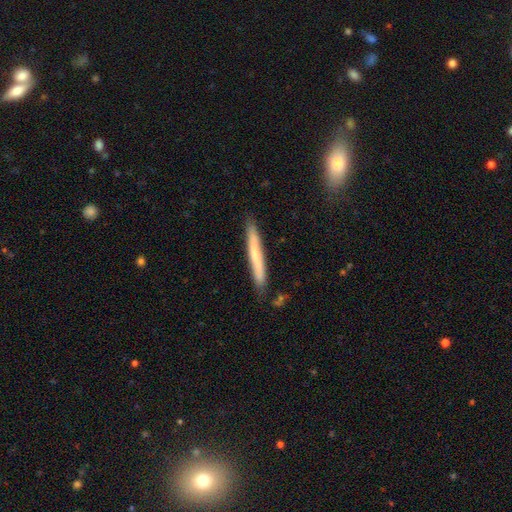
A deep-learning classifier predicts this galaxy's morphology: A smooth galaxy with no disk features (57%) that is cigar-shaped (96%).

Vote fractions:
- Smooth or featured? smooth: 57% / featured or disk: 38% / star or artifact: 6%
- How rounded? cigar-shaped: 96% / in between: 3% / round: 1%
- Merging? none: 84% / minor disturbance: 12% / merger: 2% / major disturbance: 2%